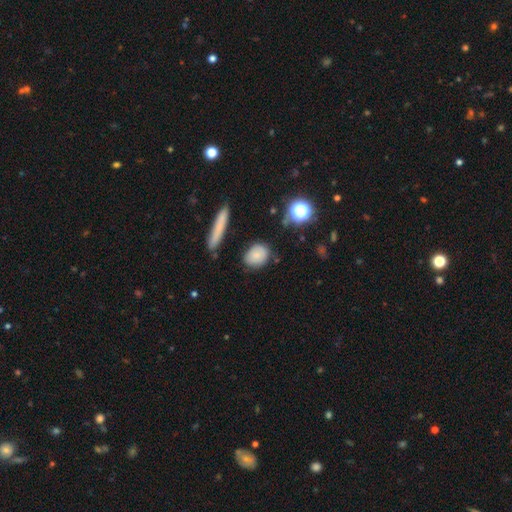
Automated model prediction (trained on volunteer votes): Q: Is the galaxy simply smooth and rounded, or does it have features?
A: smooth — 80%.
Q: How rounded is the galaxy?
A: in between — 57%.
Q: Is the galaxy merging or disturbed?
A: none — 76%.